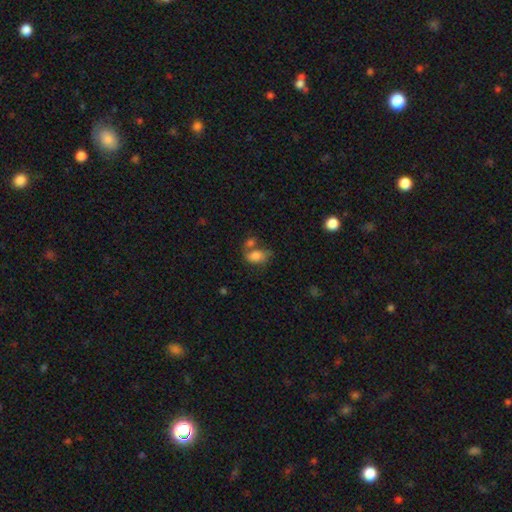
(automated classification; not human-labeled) Q: Smooth or featured?
A: smooth (72%); runner-up: featured or disk (18%)
Q: How rounded?
A: in between (79%); runner-up: round (19%)
Q: Merging?
A: none (35%); runner-up: merger (34%)